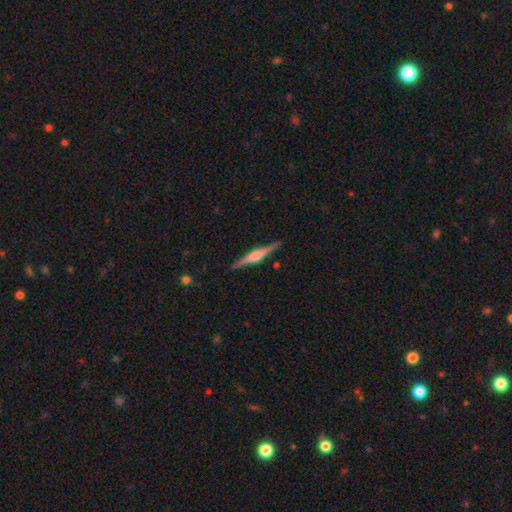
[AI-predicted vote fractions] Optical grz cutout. It shows a featured or disk galaxy (79%) viewed edge-on (98%) with a rounded central bulge (74%). Merging: none (90%).